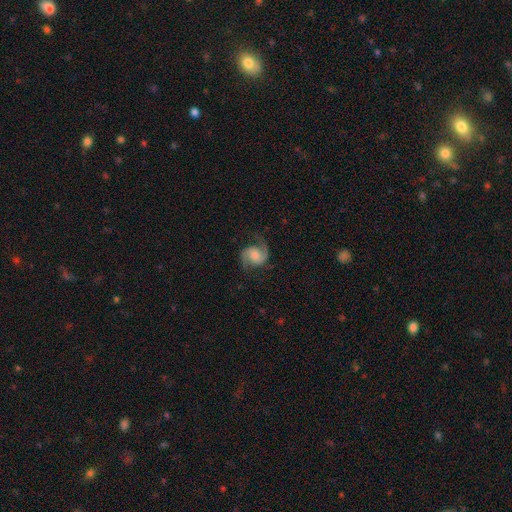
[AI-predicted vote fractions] This appears to be a featured or disk galaxy (86%) with no bar (60%), 2 (93%) medium (53%) spiral arms (98%) and a moderate central bulge (38%). Merging: none (77%).